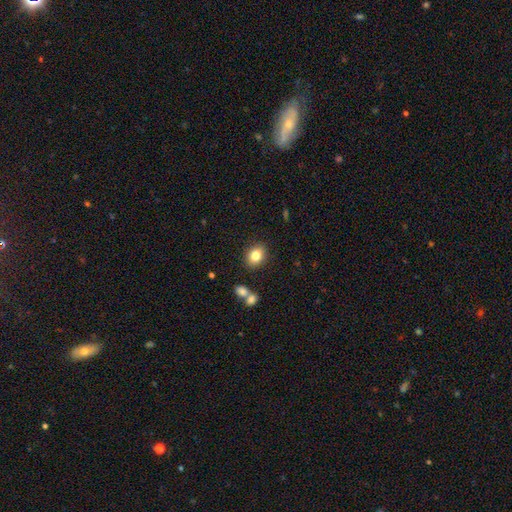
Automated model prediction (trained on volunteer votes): A smooth galaxy with no disk features (81%) that is in between round and cigar-shaped (55%). Merging: none (85%).